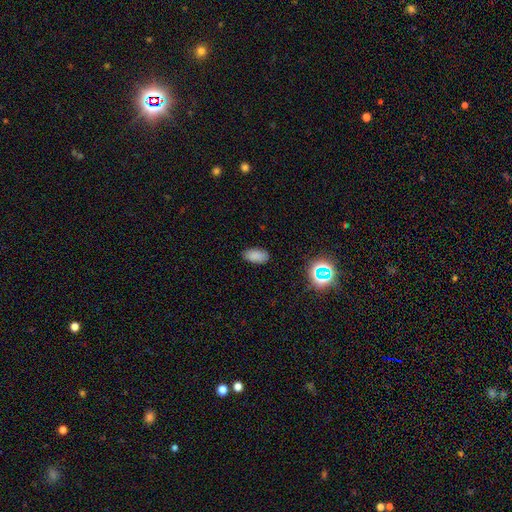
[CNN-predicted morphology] smooth_or_featured: smooth (p=0.82) [alt: star or artifact p=0.13]
how_rounded: in between (p=0.93) [alt: round p=0.04]
merging: none (p=0.85) [alt: minor disturbance p=0.11]